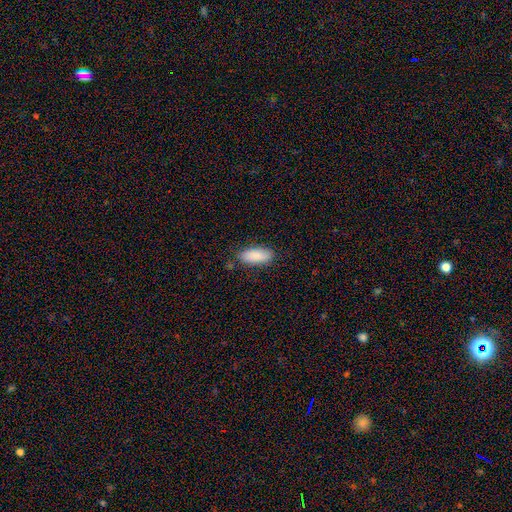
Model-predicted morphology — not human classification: Smooth or featured? smooth (88%)
How rounded? in between (82%)
Merging? none (81%)